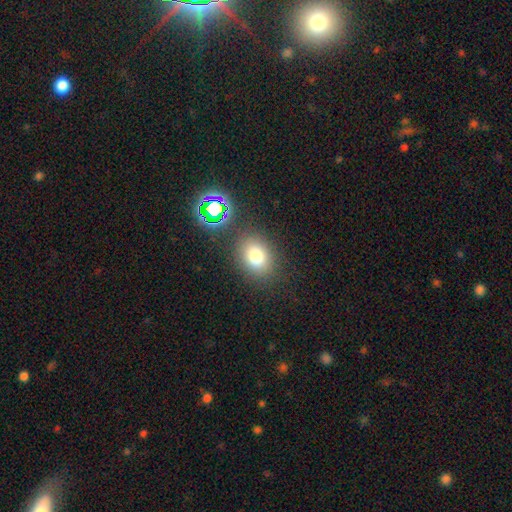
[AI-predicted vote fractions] Smooth or featured? Predicted: smooth (p=0.76). How rounded? Predicted: in between (p=0.58). Merging? Predicted: none (p=0.82).